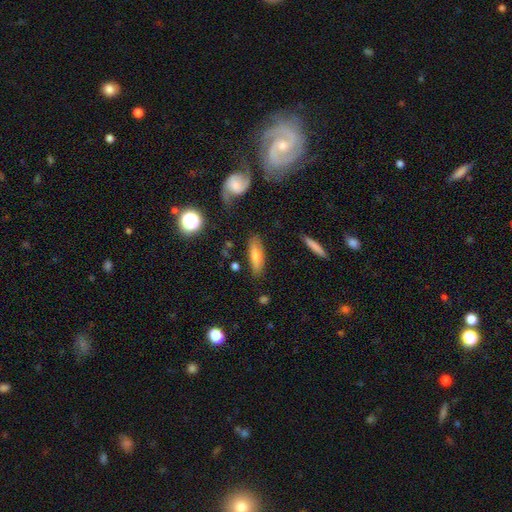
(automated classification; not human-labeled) smooth 66%, featured or disk 26%, star or artifact 8%. Down the decision tree: how rounded — in between (55%); merging — none (77%).